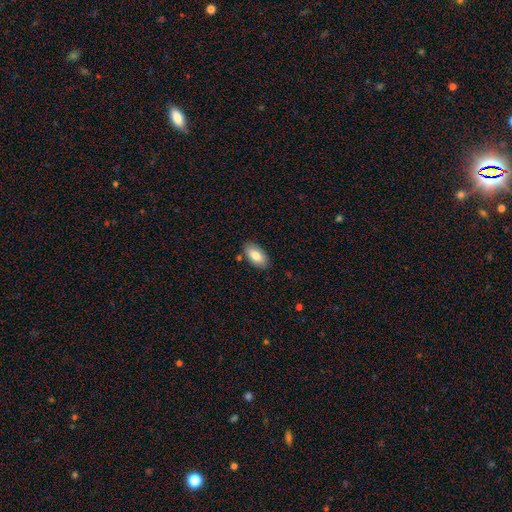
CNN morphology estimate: smooth_or_featured: smooth (p=0.80) [alt: featured or disk p=0.13]
how_rounded: in between (p=0.94) [alt: cigar-shaped p=0.04]
merging: none (p=0.83) [alt: minor disturbance p=0.12]